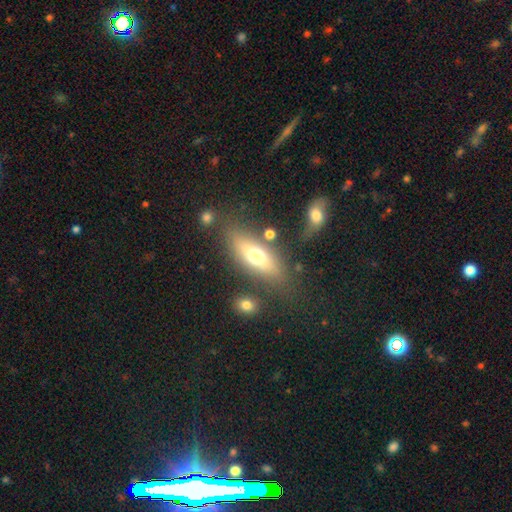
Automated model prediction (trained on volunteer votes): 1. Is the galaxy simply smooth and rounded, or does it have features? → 59% smooth, 31% featured or disk, 9% star or artifact.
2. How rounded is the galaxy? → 64% in between, 31% cigar-shaped, 5% round.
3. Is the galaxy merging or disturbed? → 73% none, 14% minor disturbance, 7% major disturbance, 6% merger.